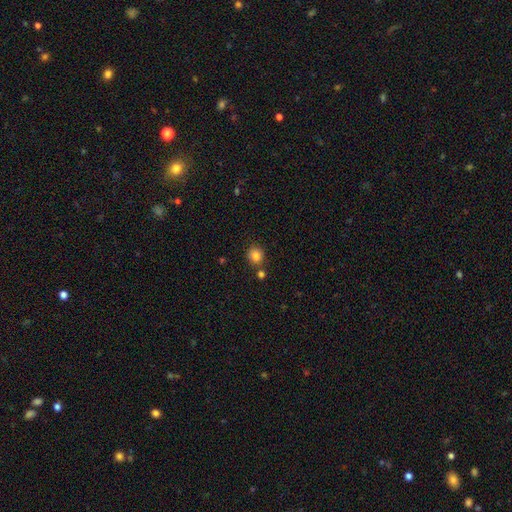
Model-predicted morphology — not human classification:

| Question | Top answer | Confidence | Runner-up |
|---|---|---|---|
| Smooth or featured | smooth | 83% | star or artifact (11%) |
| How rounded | round | 84% | in between (15%) |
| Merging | none | 76% | merger (11%) |